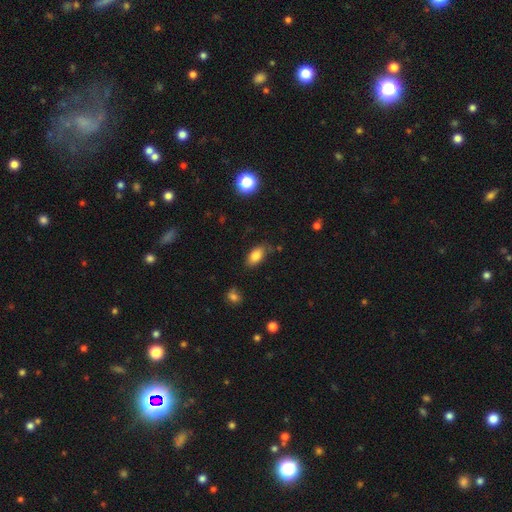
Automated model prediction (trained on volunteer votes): Morphology: type=smooth (83%); roundness=in between (91%); merging=none (75%).